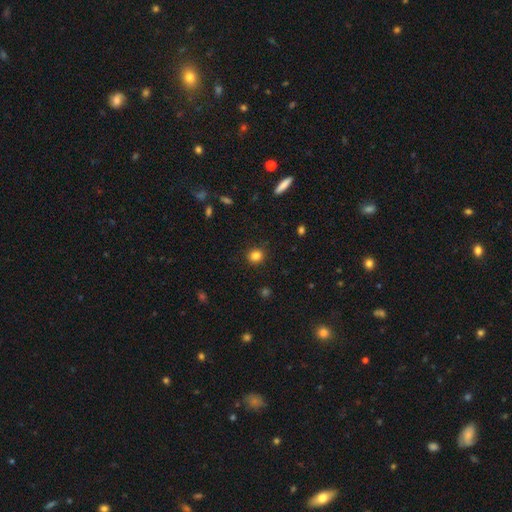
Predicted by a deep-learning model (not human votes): Smooth or featured? smooth (84%)
How rounded? round (85%)
Merging? none (90%)